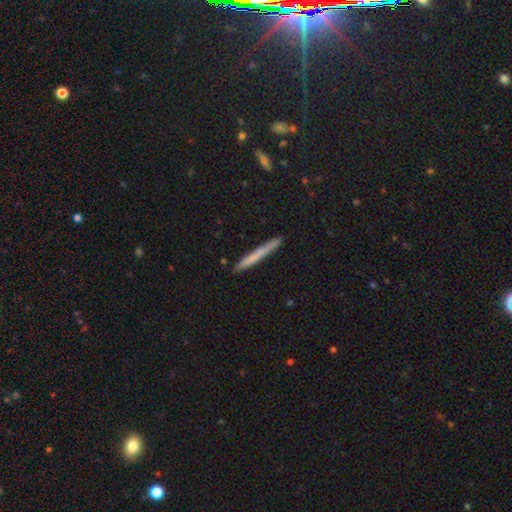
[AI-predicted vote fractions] smooth 63%, featured or disk 31%, star or artifact 6%. Down the decision tree: how rounded — cigar-shaped (97%); merging — none (90%).